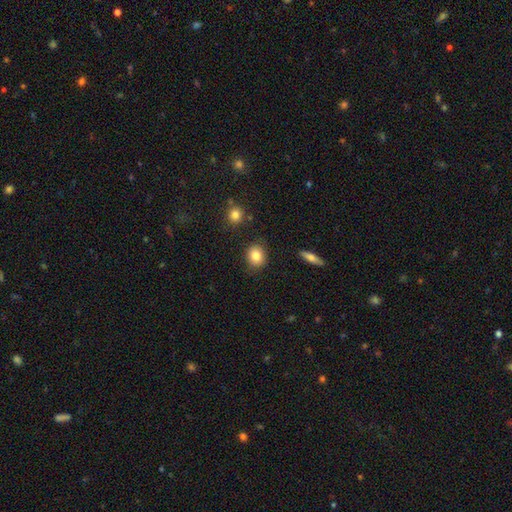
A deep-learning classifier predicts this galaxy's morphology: type=smooth (83%); roundness=round (68%); merging=none (86%).